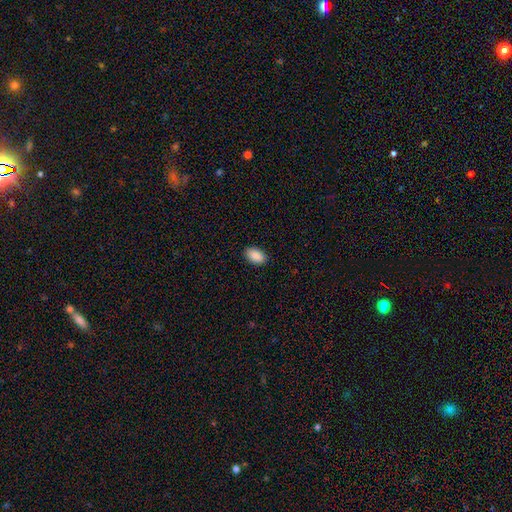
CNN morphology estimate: Smooth or featured? smooth (90%)
How rounded? in between (92%)
Merging? none (89%)